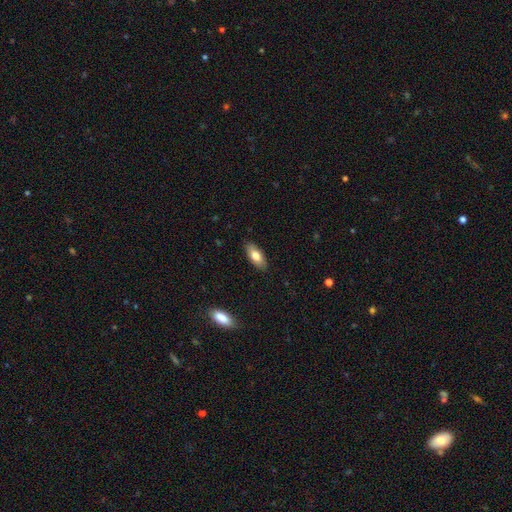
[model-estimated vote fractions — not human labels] Smooth or featured?
  - smooth: 77% *
  - featured or disk: 17%
  - star or artifact: 6%
How rounded?
  - in between: 84% *
  - cigar-shaped: 13%
  - round: 3%
Merging?
  - none: 88% *
  - minor disturbance: 9%
  - major disturbance: 2%
  - merger: 1%